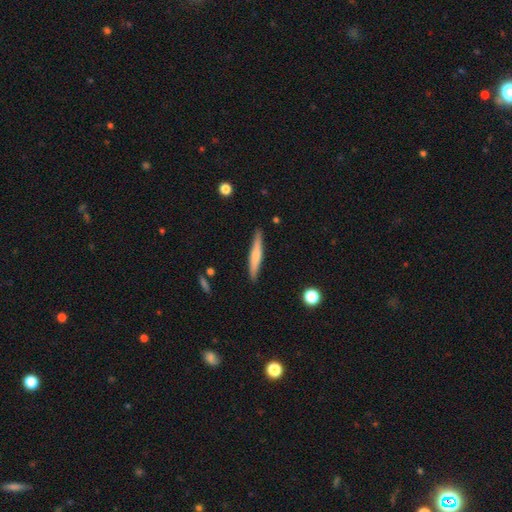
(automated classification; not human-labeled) Smooth or featured: smooth — 56% (featured or disk — 38%)
How rounded: cigar-shaped — 92% (in between — 7%)
Merging: none — 88% (minor disturbance — 9%)